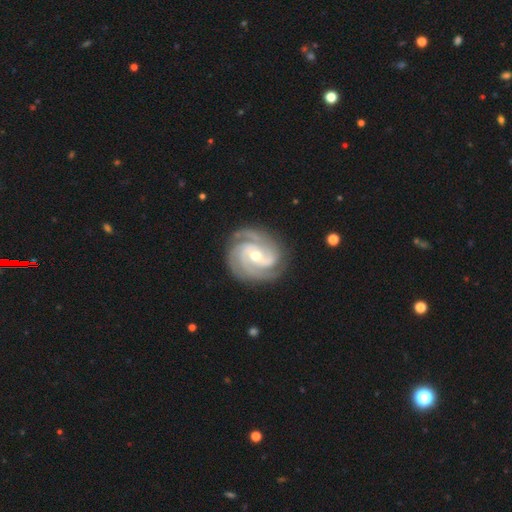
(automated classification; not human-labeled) Smooth or featured?
  - featured or disk: 93% *
  - star or artifact: 4%
  - smooth: 3%
Edge-on disk?
  - no: 98% *
  - yes: 2%
Bar?
  - no: 41% *
  - weak: 40%
  - strong: 19%
Spiral arms?
  - yes: 99% *
  - no: 1%
Spiral winding?
  - tight: 68% *
  - medium: 29%
  - loose: 3%
Spiral arm count?
  - 3: 58% *
  - 4: 13%
  - 2: 13%
  - can't tell: 6%
  - more than 4: 5%
  - 1: 4%
Bulge size?
  - moderate: 56% *
  - small: 40%
  - large: 2%
  - none: 1%
  - dominant: 1%
Merging?
  - none: 83% *
  - minor disturbance: 13%
  - major disturbance: 3%
  - merger: 1%